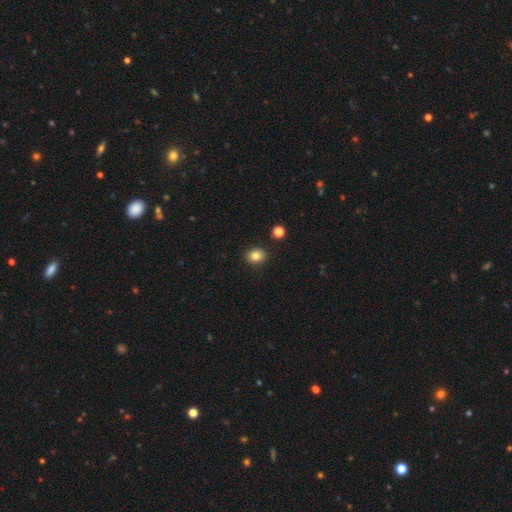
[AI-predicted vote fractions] smooth_or_featured: smooth (p=0.83) [alt: star or artifact p=0.11]
how_rounded: round (p=0.56) [alt: in between p=0.43]
merging: none (p=0.89) [alt: minor disturbance p=0.07]